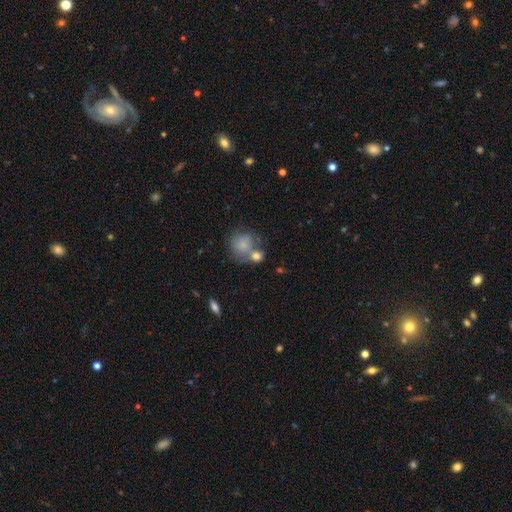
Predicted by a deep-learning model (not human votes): Q: Smooth or featured?
A: smooth (75%); runner-up: featured or disk (16%)
Q: How rounded?
A: round (72%); runner-up: in between (26%)
Q: Merging?
A: merger (43%); runner-up: none (36%)